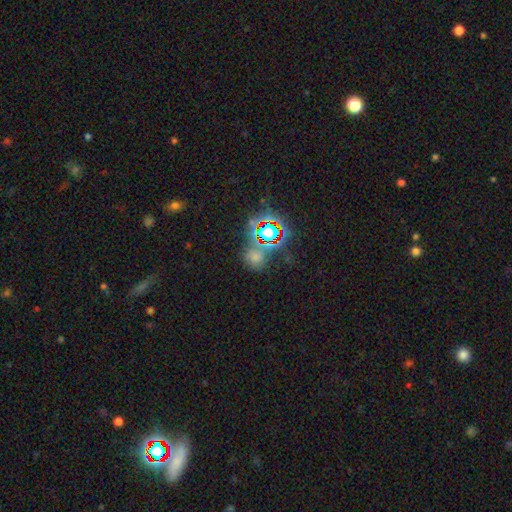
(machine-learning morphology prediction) A star or artifact, not a galaxy (50%).

Vote fractions:
- Smooth or featured? star or artifact: 50% / smooth: 41% / featured or disk: 9%